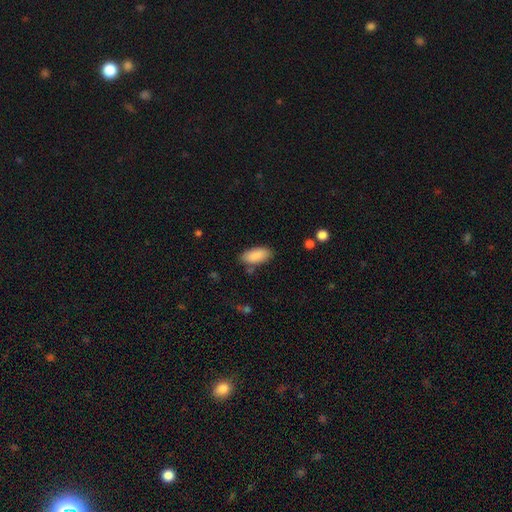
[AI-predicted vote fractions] Smooth or featured? smooth (89%)
How rounded? in between (91%)
Merging? none (78%)